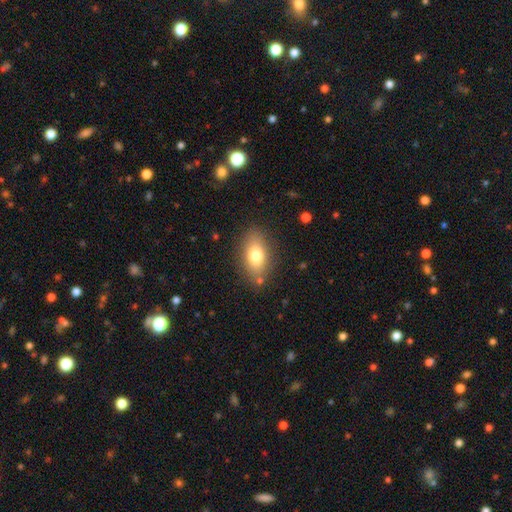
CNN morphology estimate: smooth-or-featured: smooth: 77% | featured or disk: 15% | star or artifact: 8%
  how-rounded: in between: 88% | round: 8% | cigar-shaped: 4%
  merging: none: 81% | minor disturbance: 13% | major disturbance: 4% | merger: 3%